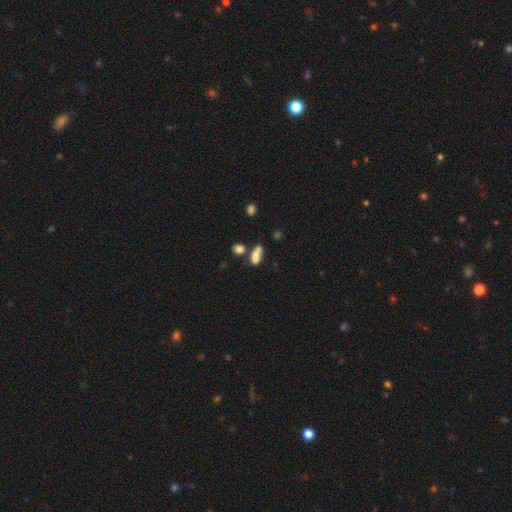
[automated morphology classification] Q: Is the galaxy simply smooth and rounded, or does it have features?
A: smooth — 81%.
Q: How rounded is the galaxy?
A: in between — 73%.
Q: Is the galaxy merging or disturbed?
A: none — 43%.